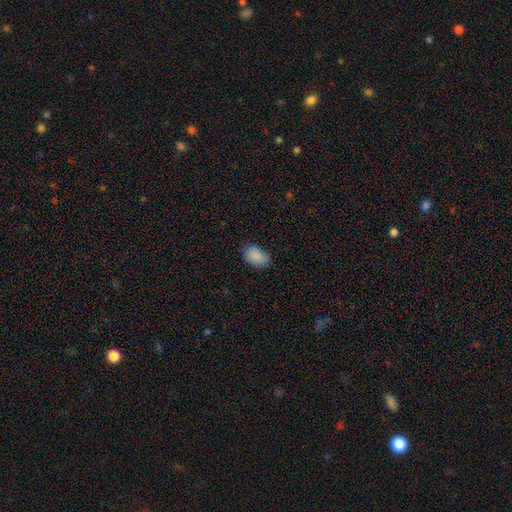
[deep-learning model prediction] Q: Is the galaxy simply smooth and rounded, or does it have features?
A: smooth — 88%.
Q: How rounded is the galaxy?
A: in between — 88%.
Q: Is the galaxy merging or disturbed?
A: none — 75%.